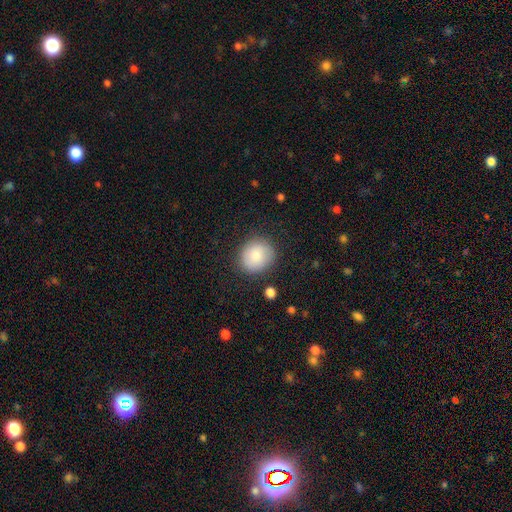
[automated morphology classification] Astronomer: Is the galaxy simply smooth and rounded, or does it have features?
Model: smooth — 80%.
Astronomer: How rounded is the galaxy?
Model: round — 85%.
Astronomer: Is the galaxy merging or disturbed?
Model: none — 84%.